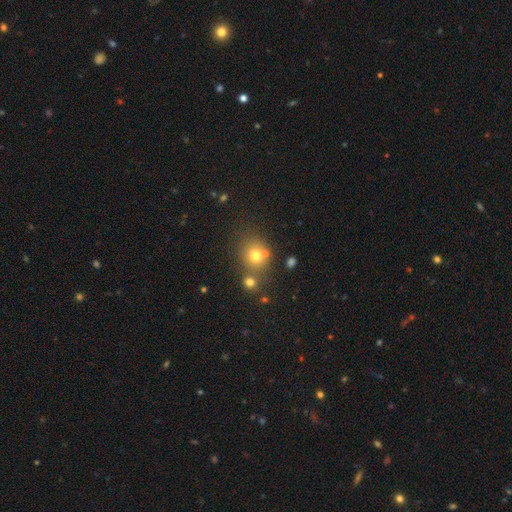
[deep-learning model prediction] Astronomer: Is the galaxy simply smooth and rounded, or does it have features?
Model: smooth — 71%.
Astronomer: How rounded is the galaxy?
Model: round — 75%.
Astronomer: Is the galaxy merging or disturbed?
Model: none — 59%.